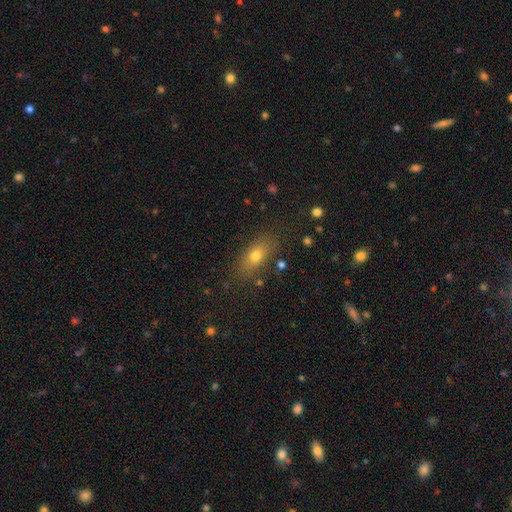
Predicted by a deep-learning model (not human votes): The model was most divided on "smooth or featured": smooth: 71%, featured or disk: 17%, star or artifact: 12%. More confident: merging — none (81%); how rounded — in between (76%).